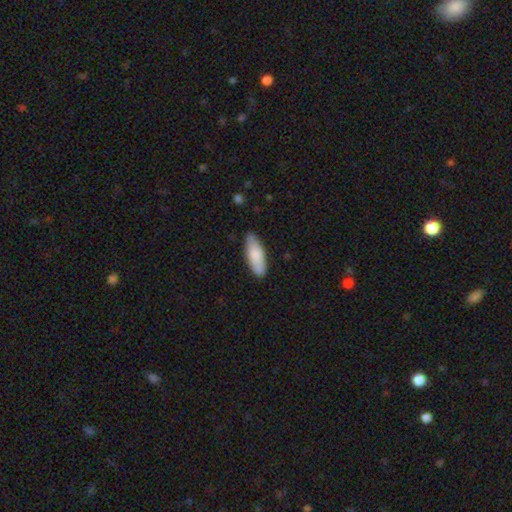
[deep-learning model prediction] A smooth galaxy with no disk features (82%) that is in between round and cigar-shaped (64%).

Vote fractions:
- Smooth or featured? smooth: 82% / featured or disk: 12% / star or artifact: 5%
- How rounded? in between: 64% / cigar-shaped: 34% / round: 2%
- Merging? none: 80% / minor disturbance: 16% / major disturbance: 2% / merger: 1%